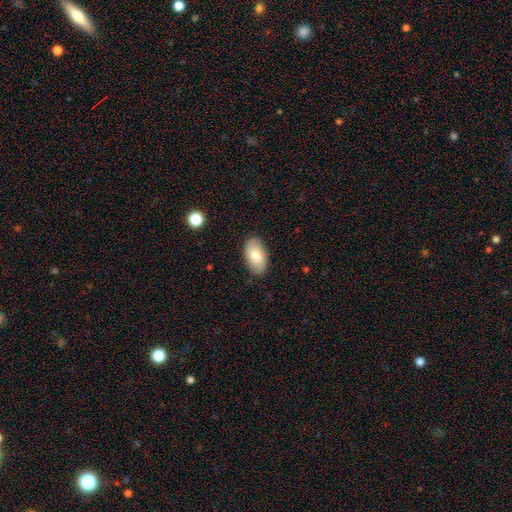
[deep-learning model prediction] smooth 78%, featured or disk 16%, star or artifact 6%. Down the decision tree: how rounded — in between (95%); merging — none (86%).